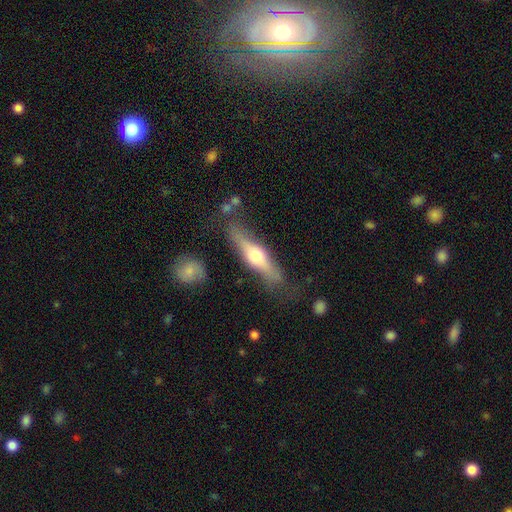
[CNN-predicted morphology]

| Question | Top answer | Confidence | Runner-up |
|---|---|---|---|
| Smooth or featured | featured or disk | 61% | smooth (33%) |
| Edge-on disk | yes | 91% | no (9%) |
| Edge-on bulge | rounded | 90% | boxy (6%) |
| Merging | none | 75% | minor disturbance (16%) |